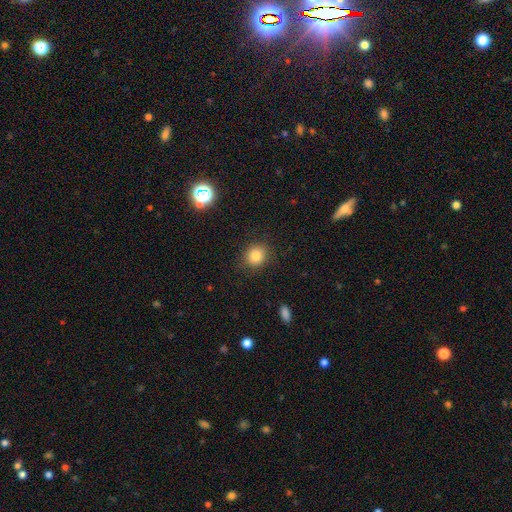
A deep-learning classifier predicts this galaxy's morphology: Smooth or featured?
  - smooth: 83% *
  - star or artifact: 11%
  - featured or disk: 6%
How rounded?
  - round: 80% *
  - in between: 19%
  - cigar-shaped: 1%
Merging?
  - none: 87% *
  - minor disturbance: 9%
  - major disturbance: 3%
  - merger: 1%